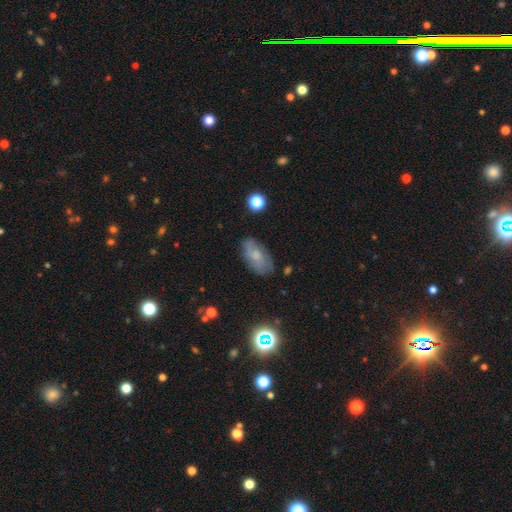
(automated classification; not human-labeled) Smooth or featured? Predicted: smooth (p=0.54). How rounded? Predicted: in between (p=0.91). Merging? Predicted: none (p=0.73).